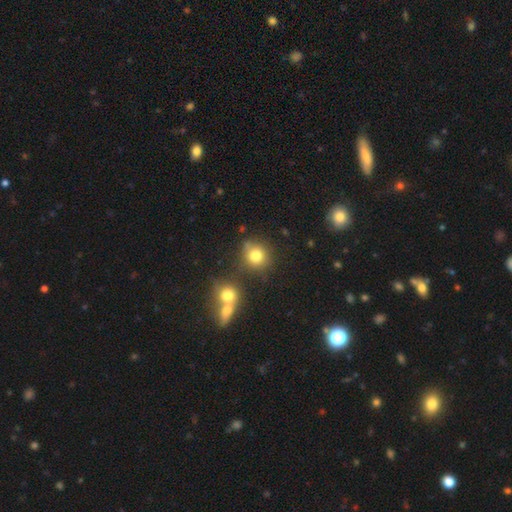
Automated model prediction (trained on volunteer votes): Smooth or featured? Predicted: smooth (p=0.78). How rounded? Predicted: round (p=0.86). Merging? Predicted: none (p=0.66).